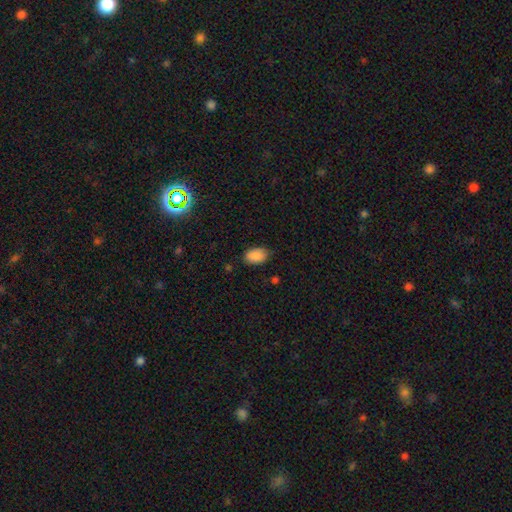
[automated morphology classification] The model was most divided on "merging": none: 80%, minor disturbance: 16%, major disturbance: 3%, merger: 1%. More confident: how rounded — in between (91%); smooth or featured — smooth (89%).